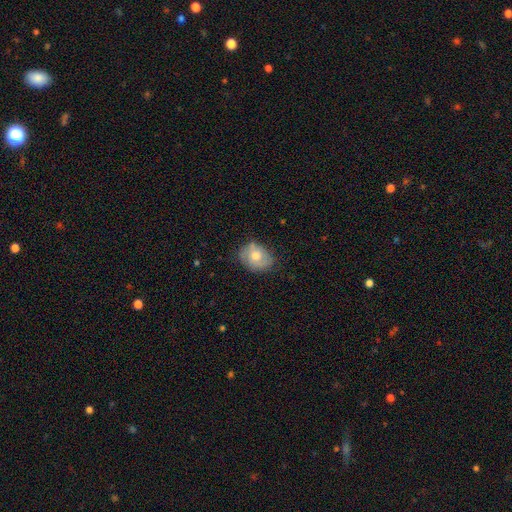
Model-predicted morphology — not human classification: Overall: smooth (62%; featured or disk 30%). How rounded: in between (59%; round 40%). Merging: none (63%; minor disturbance 28%).